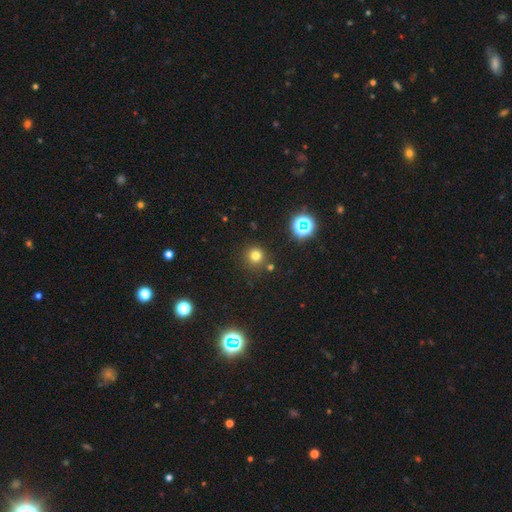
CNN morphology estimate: smooth-or-featured: smooth: 73% | star or artifact: 21% | featured or disk: 6%
  how-rounded: round: 95% | in between: 5% | cigar-shaped: 1%
  merging: none: 84% | minor disturbance: 7% | merger: 6% | major disturbance: 3%